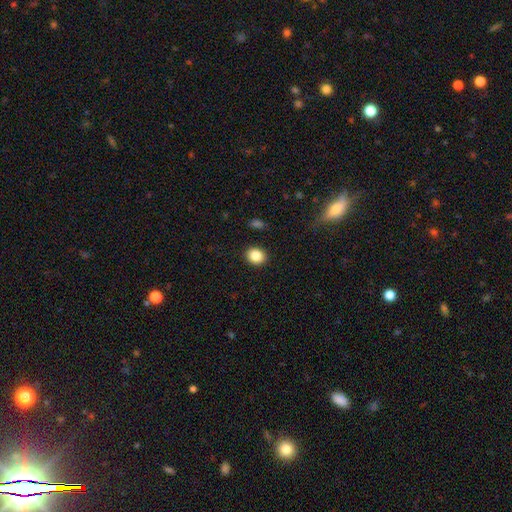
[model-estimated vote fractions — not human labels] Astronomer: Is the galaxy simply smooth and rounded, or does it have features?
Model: smooth — 86%.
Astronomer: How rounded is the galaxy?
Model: round — 64%.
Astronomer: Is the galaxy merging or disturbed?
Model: none — 90%.